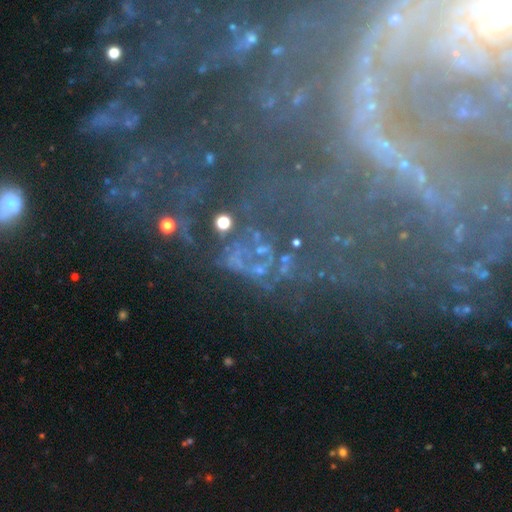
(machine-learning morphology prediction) smooth-or-featured: featured or disk: 54% | star or artifact: 33% | smooth: 13%
  disk-edge-on: no: 92% | yes: 8%
  merging: none: 57% | major disturbance: 19% | minor disturbance: 17% | merger: 7%